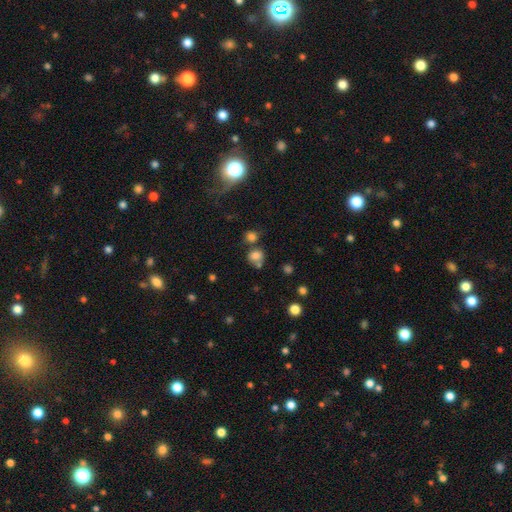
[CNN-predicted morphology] The model was most divided on "merging": none: 56%, merger: 24%, minor disturbance: 13%, major disturbance: 6%. More confident: smooth or featured — smooth (76%); how rounded — round (73%).